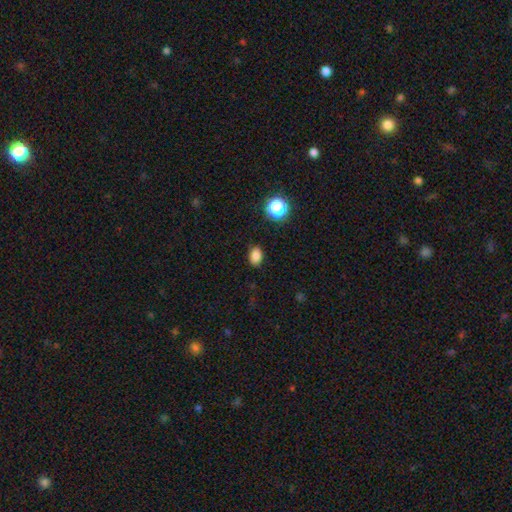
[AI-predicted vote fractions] Smooth or featured? Predicted: smooth (p=0.83). How rounded? Predicted: in between (p=0.75). Merging? Predicted: none (p=0.86).